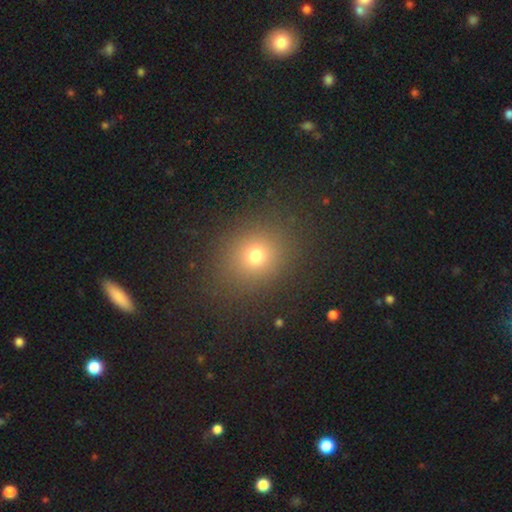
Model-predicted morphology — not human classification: Overall: smooth (72%). How rounded: round (72%). Merging: none (87%).